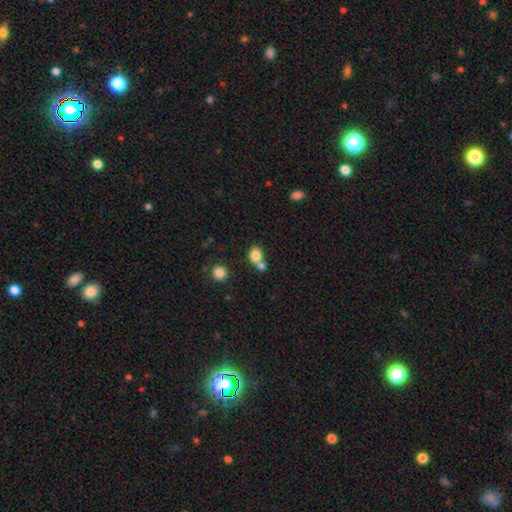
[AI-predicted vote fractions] Smooth or featured: smooth — 82% (star or artifact — 11%)
How rounded: round — 62% (in between — 37%)
Merging: none — 50% (merger — 38%)